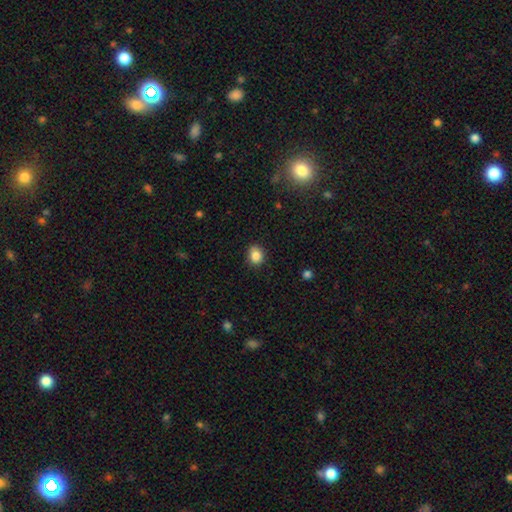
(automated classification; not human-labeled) The model was most divided on "how rounded": round: 61%, in between: 38%, cigar-shaped: 1%. More confident: merging — none (86%); smooth or featured — smooth (85%).